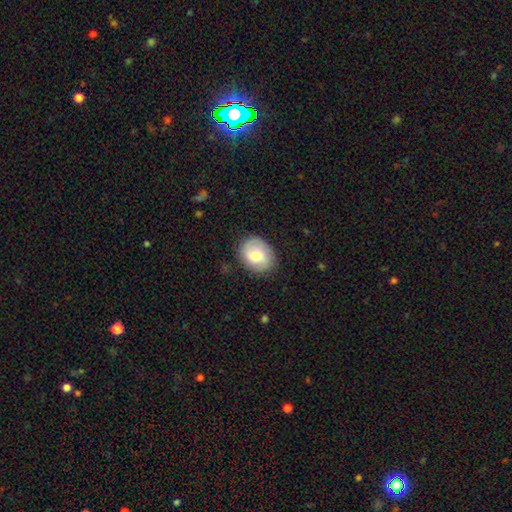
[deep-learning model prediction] The model was most divided on "how rounded": in between: 53%, round: 46%, cigar-shaped: 1%. More confident: merging — none (82%); smooth or featured — smooth (70%).